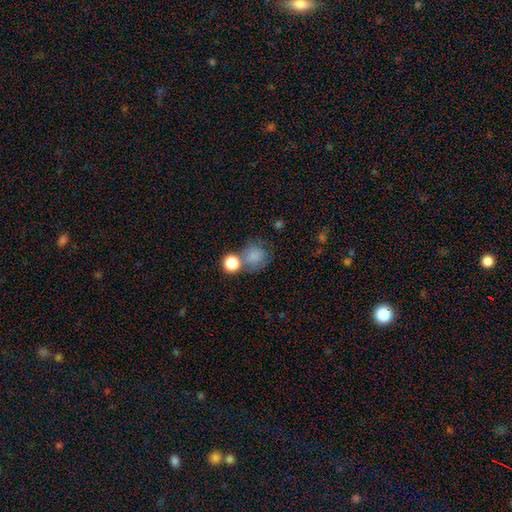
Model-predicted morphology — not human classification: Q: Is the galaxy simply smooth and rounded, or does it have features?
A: smooth — 80%.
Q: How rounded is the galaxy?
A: round — 83%.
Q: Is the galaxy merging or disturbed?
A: none — 50%.